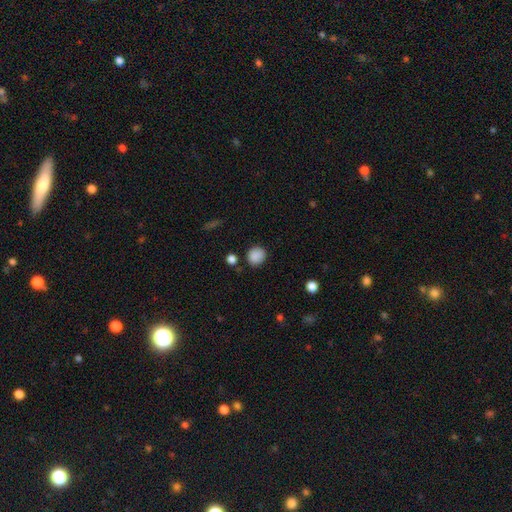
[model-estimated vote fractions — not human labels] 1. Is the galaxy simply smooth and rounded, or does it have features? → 87% smooth, 9% star or artifact, 3% featured or disk.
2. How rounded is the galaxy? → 84% round, 15% in between, 1% cigar-shaped.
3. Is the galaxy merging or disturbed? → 84% none, 10% minor disturbance, 3% merger, 3% major disturbance.